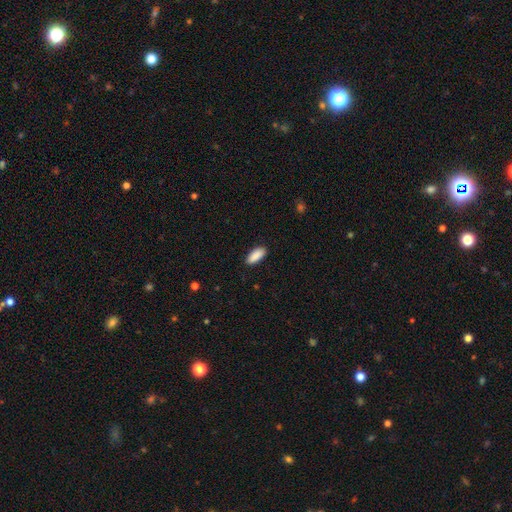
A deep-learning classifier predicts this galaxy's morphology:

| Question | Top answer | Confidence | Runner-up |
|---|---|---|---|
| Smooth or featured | smooth | 90% | star or artifact (6%) |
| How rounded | in between | 81% | cigar-shaped (17%) |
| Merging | none | 89% | minor disturbance (8%) |